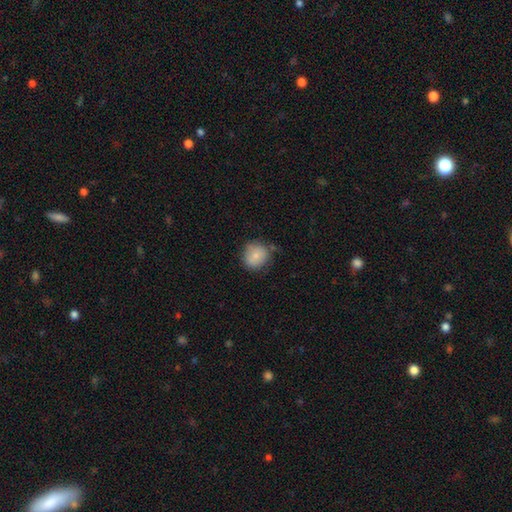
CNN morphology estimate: smooth_or_featured: smooth (p=0.80) [alt: featured or disk p=0.12]
how_rounded: round (p=0.86) [alt: in between p=0.13]
merging: none (p=0.68) [alt: minor disturbance p=0.23]